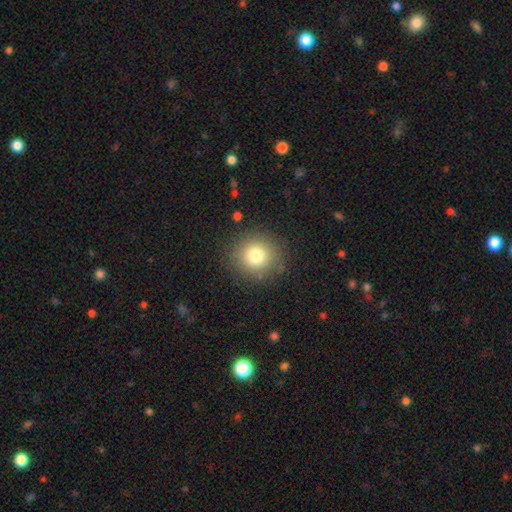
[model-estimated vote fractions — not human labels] Smooth or featured?
  - smooth: 78% *
  - star or artifact: 12%
  - featured or disk: 9%
How rounded?
  - round: 90% *
  - in between: 9%
  - cigar-shaped: 1%
Merging?
  - none: 86% *
  - minor disturbance: 9%
  - major disturbance: 4%
  - merger: 2%